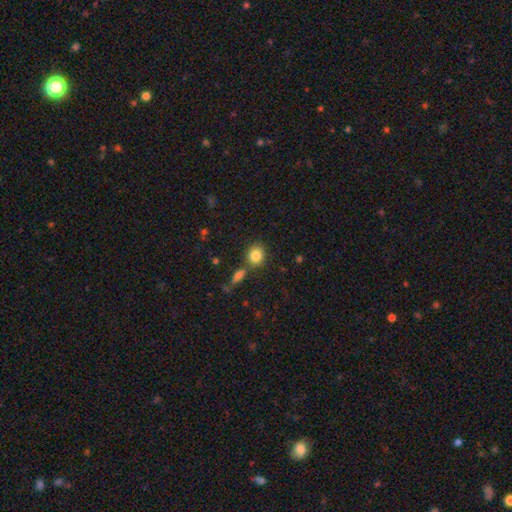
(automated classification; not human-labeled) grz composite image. It shows a smooth galaxy with no disk features (84%) that is round (79%). Merging: none (71%).